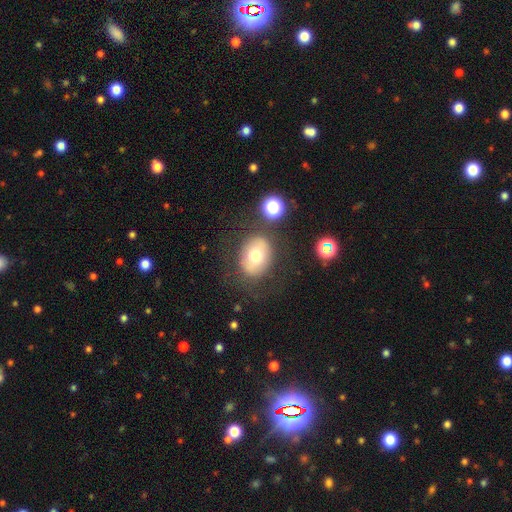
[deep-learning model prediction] smooth_or_featured: smooth (p=0.64) [alt: featured or disk p=0.26]
how_rounded: in between (p=0.53) [alt: round p=0.46]
merging: none (p=0.74) [alt: minor disturbance p=0.13]